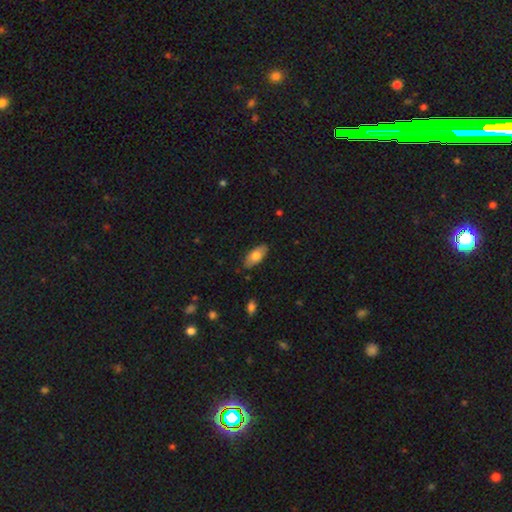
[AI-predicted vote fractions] This is likely a smooth galaxy (74%). How rounded: clearly in between (90%). Merging: clearly none (85%).